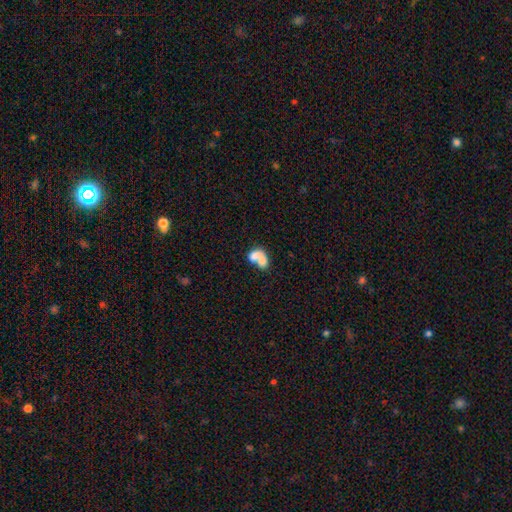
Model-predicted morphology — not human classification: Overall: smooth (69%). How rounded: in between (77%). Merging: merger (71%).